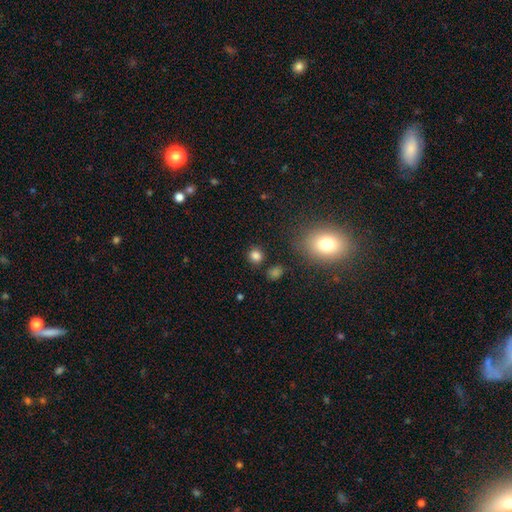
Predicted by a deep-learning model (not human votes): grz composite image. It shows a smooth galaxy with no disk features (82%) that is round (86%). Merging: none (85%).